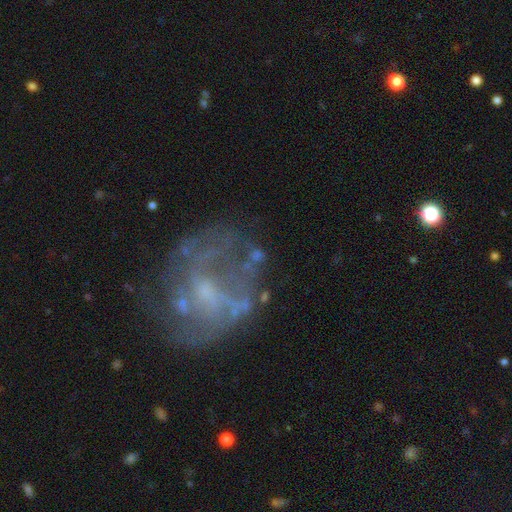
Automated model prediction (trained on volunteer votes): Smooth or featured?
  - featured or disk: 66% *
  - smooth: 19%
  - star or artifact: 15%
Edge-on disk?
  - no: 98% *
  - yes: 2%
Bar?
  - no: 60% *
  - weak: 31%
  - strong: 9%
Spiral arms?
  - yes: 50% * (tied)
  - no: 50% * (tied)
Bulge size?
  - none: 41% *
  - small: 37%
  - moderate: 18%
  - large: 3%
  - dominant: 1%
Merging?
  - none: 49% *
  - major disturbance: 26%
  - minor disturbance: 19%
  - merger: 6%